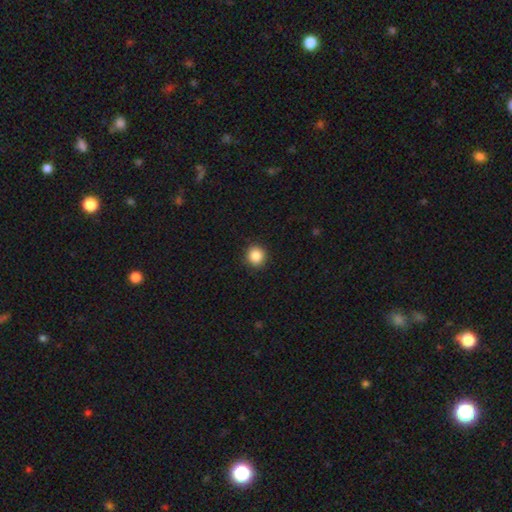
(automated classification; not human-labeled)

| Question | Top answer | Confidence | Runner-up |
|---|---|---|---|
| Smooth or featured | smooth | 87% | star or artifact (10%) |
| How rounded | round | 92% | in between (7%) |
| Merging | none | 92% | minor disturbance (6%) |